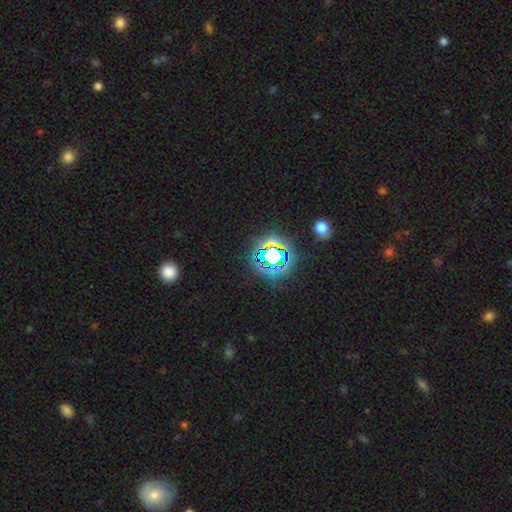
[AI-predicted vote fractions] Smooth or featured: star or artifact — 79% (smooth — 14%)